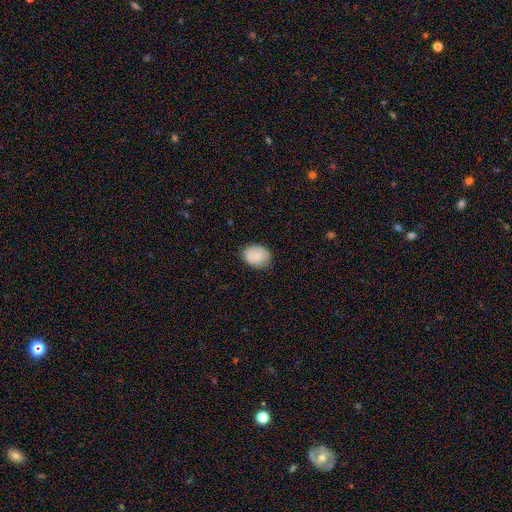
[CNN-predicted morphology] Smooth or featured? Predicted: smooth (p=0.83). How rounded? Predicted: in between (p=0.63). Merging? Predicted: none (p=0.80).